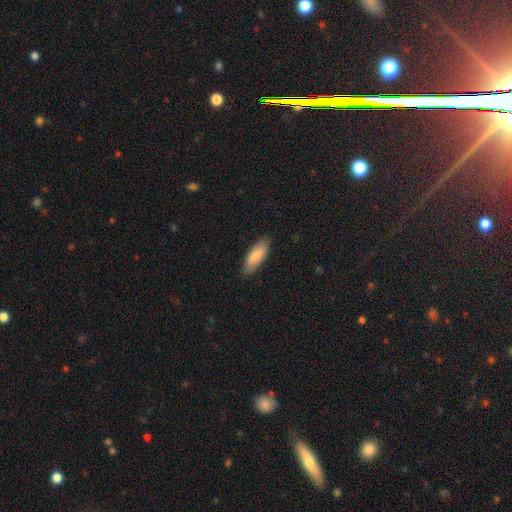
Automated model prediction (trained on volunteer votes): The model was most divided on "how rounded": in between: 67%, cigar-shaped: 31%, round: 2%. More confident: merging — none (85%); smooth or featured — smooth (82%).